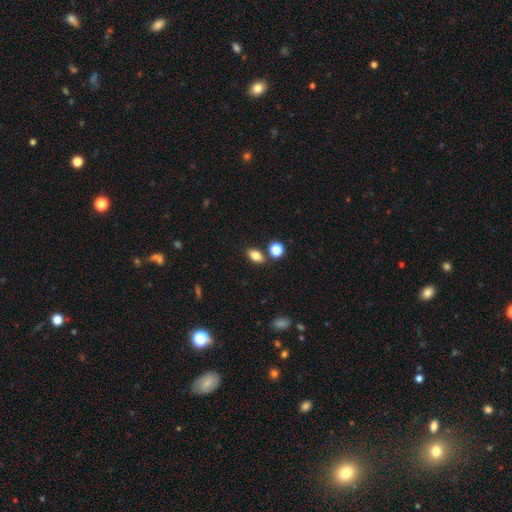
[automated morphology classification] A smooth galaxy with no disk features (81%) that is in between round and cigar-shaped (83%).

Vote fractions:
- Smooth or featured? smooth: 81% / star or artifact: 10% / featured or disk: 9%
- How rounded? in between: 83% / round: 14% / cigar-shaped: 3%
- Merging? none: 78% / minor disturbance: 10% / merger: 10% / major disturbance: 3%